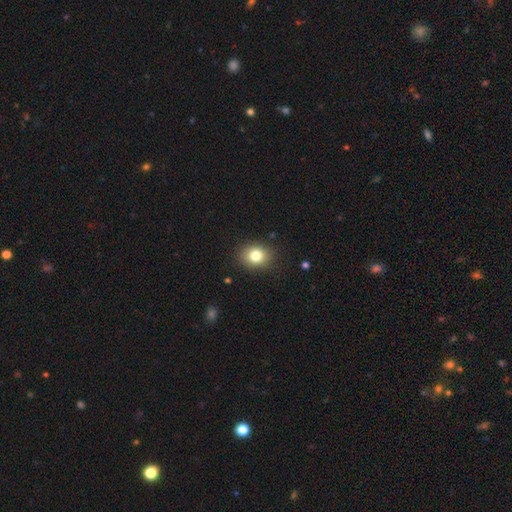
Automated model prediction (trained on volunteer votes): A smooth galaxy with no disk features (81%) that is round (57%).

Vote fractions:
- Smooth or featured? smooth: 81% / star or artifact: 11% / featured or disk: 9%
- How rounded? round: 57% / in between: 42% / cigar-shaped: 1%
- Merging? none: 87% / minor disturbance: 9% / major disturbance: 3% / merger: 1%